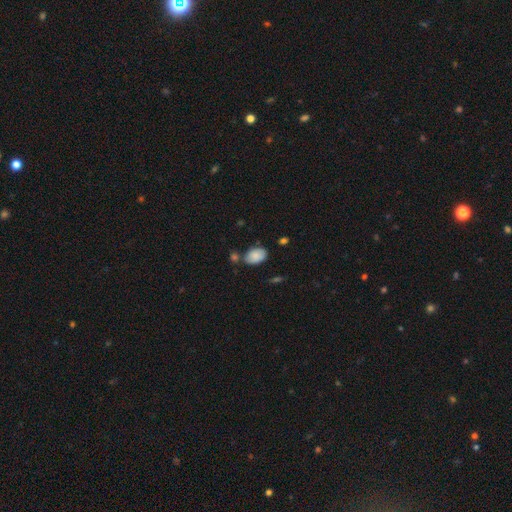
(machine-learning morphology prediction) A smooth galaxy with no disk features (84%) that is in between round and cigar-shaped (90%).

Vote fractions:
- Smooth or featured? smooth: 84% / featured or disk: 9% / star or artifact: 7%
- How rounded? in between: 90% / round: 9% / cigar-shaped: 1%
- Merging? none: 65% / minor disturbance: 18% / merger: 13% / major disturbance: 4%